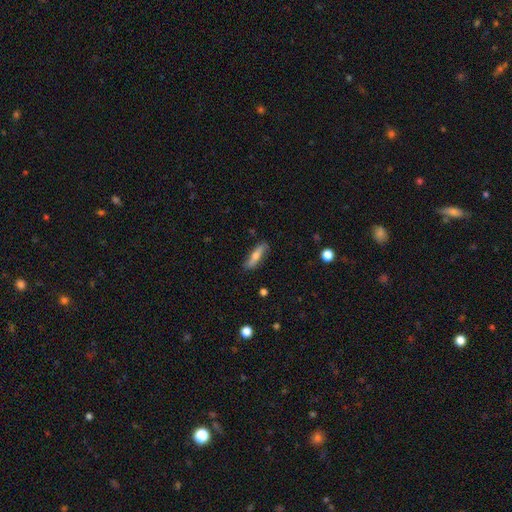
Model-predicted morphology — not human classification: Smooth or featured? Predicted: smooth (p=0.58). How rounded? Predicted: cigar-shaped (p=0.72). Merging? Predicted: none (p=0.82).